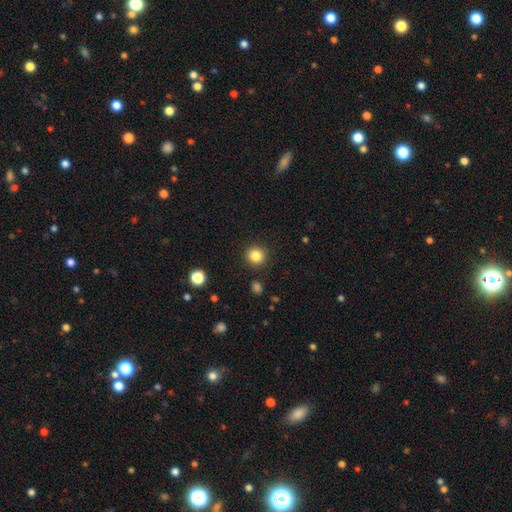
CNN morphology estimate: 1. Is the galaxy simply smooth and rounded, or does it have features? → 84% smooth, 11% star or artifact, 5% featured or disk.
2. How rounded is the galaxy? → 92% round, 7% in between, 1% cigar-shaped.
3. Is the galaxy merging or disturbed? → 90% none, 6% minor disturbance, 2% major disturbance, 2% merger.